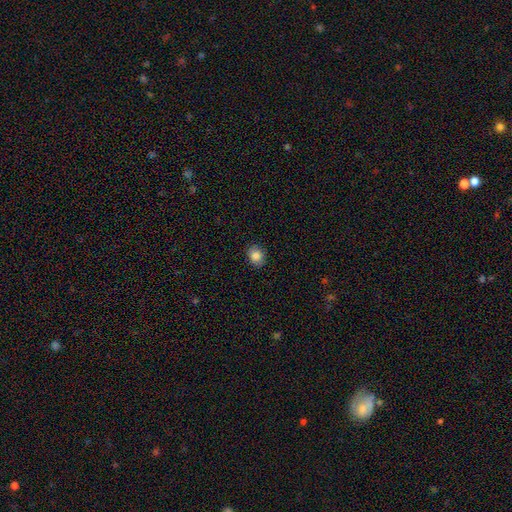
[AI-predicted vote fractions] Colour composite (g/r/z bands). It shows a smooth galaxy with no disk features (85%) that is round (55%). Merging: none (88%).